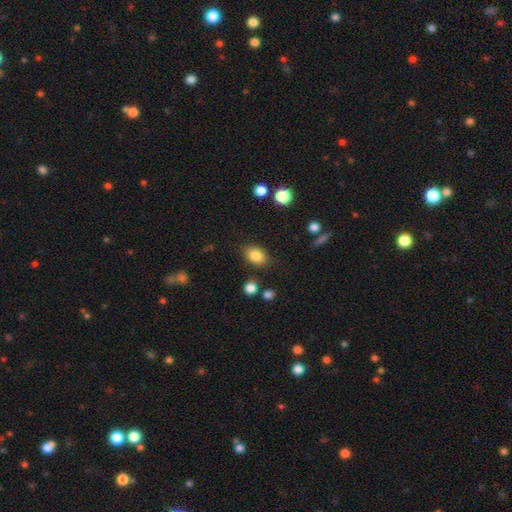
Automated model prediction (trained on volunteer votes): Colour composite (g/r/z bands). It shows a smooth galaxy with no disk features (84%) that is in between round and cigar-shaped (81%). Merging: none (81%).